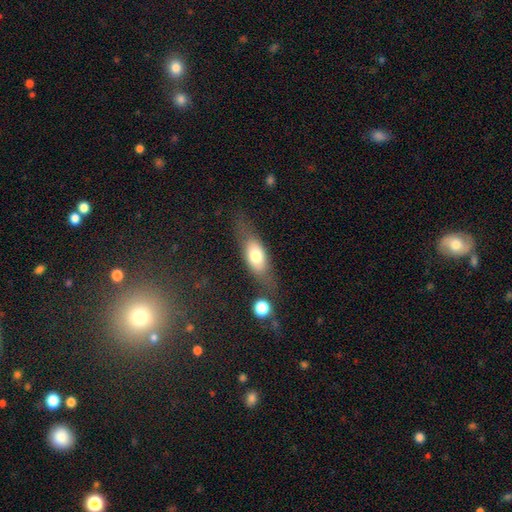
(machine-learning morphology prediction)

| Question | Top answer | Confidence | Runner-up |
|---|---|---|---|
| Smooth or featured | smooth | 63% | featured or disk (30%) |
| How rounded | in between | 67% | cigar-shaped (27%) |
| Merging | none | 63% | minor disturbance (20%) |